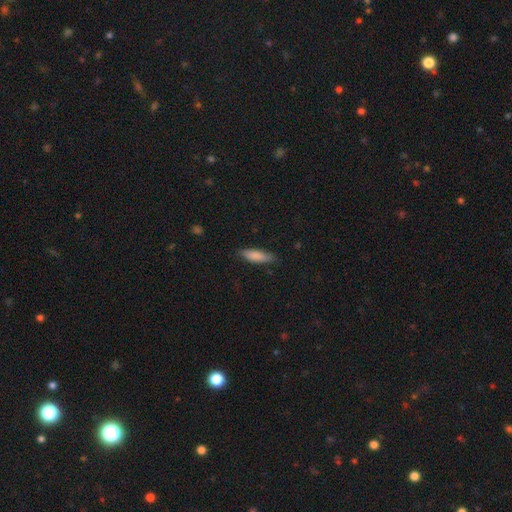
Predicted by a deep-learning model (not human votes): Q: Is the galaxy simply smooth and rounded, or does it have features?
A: smooth — 84%.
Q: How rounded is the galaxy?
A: cigar-shaped — 57%.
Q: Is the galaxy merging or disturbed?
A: none — 81%.